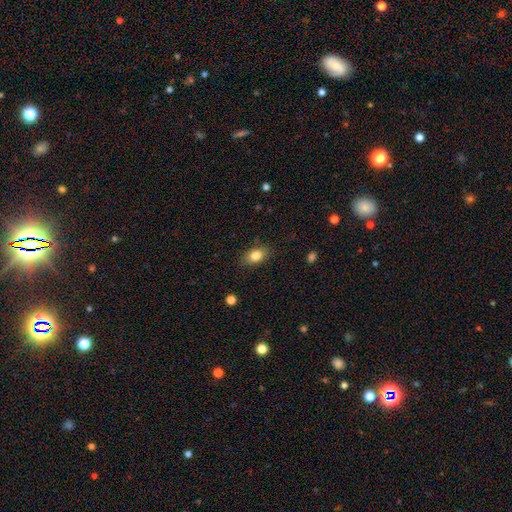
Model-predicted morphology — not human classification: This is clearly a smooth galaxy (82%). How rounded: clearly in between (83%). Merging: clearly none (84%).